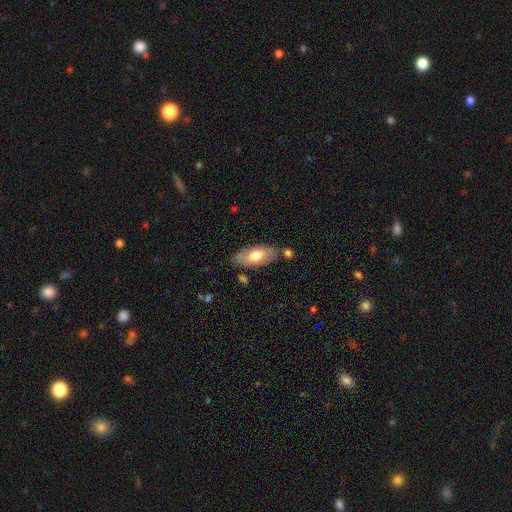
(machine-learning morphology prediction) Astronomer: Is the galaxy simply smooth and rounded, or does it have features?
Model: smooth — 61%.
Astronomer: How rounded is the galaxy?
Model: in between — 89%.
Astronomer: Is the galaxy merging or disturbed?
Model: none — 74%.